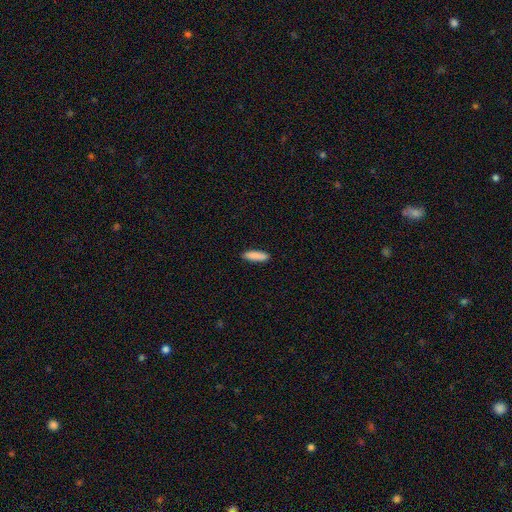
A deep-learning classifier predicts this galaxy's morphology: type=smooth (89%); roundness=cigar-shaped (67%); merging=none (90%).